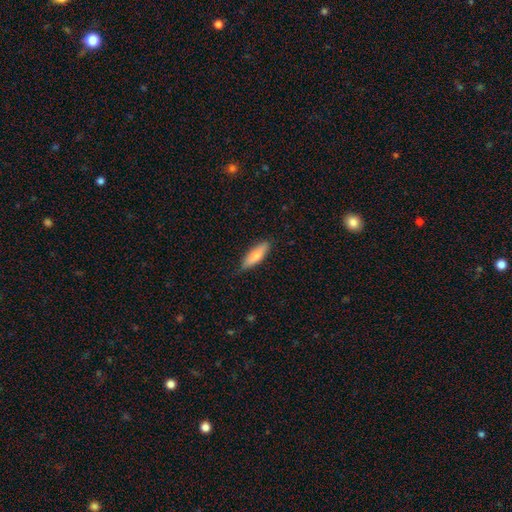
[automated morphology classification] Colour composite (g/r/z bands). It shows a smooth galaxy with no disk features (74%) that is cigar-shaped (50%). Merging: none (80%).